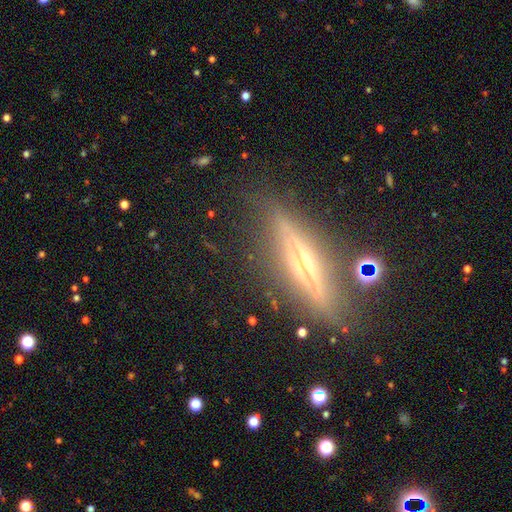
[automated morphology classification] Smooth or featured?
  - featured or disk: 73% *
  - smooth: 16%
  - star or artifact: 10%
Edge-on disk?
  - yes: 90% *
  - no: 10%
Edge-on bulge?
  - rounded: 80% *
  - none: 14%
  - boxy: 5%
Merging?
  - none: 77% *
  - minor disturbance: 14%
  - major disturbance: 5%
  - merger: 4%